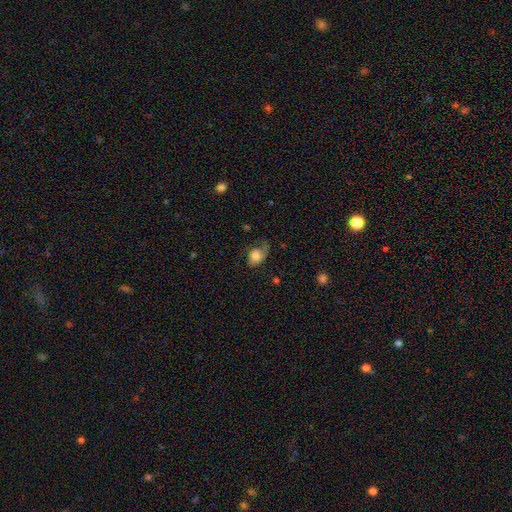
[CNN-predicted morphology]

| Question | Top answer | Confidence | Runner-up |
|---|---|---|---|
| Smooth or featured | smooth | 68% | featured or disk (24%) |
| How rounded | in between | 76% | round (23%) |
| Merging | none | 39% | minor disturbance (32%) |